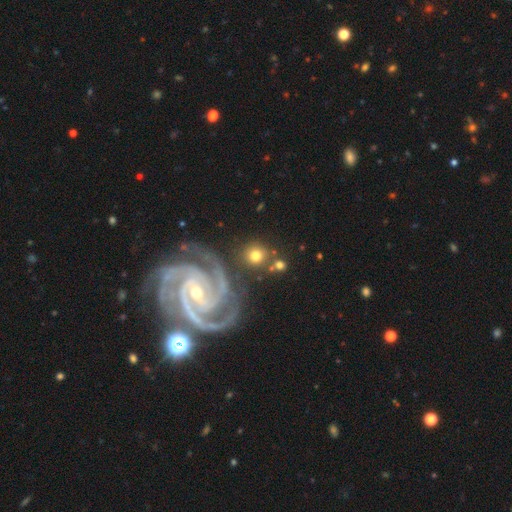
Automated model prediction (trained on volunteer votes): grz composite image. It shows a smooth galaxy with no disk features (64%) that is round (89%). Merging: none (77%).